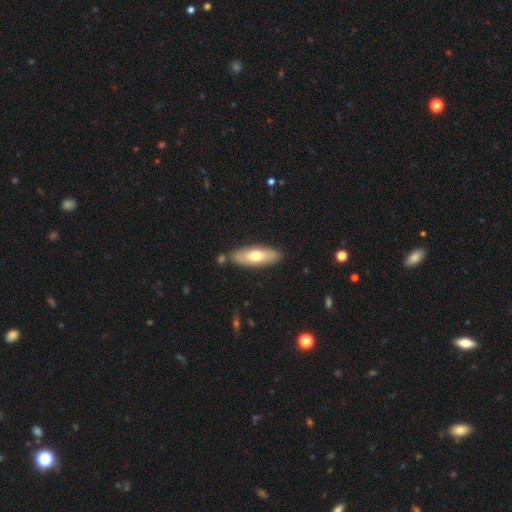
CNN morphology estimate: Smooth or featured: smooth — 63% (featured or disk — 31%)
How rounded: in between — 58% (cigar-shaped — 40%)
Merging: none — 80% (minor disturbance — 12%)